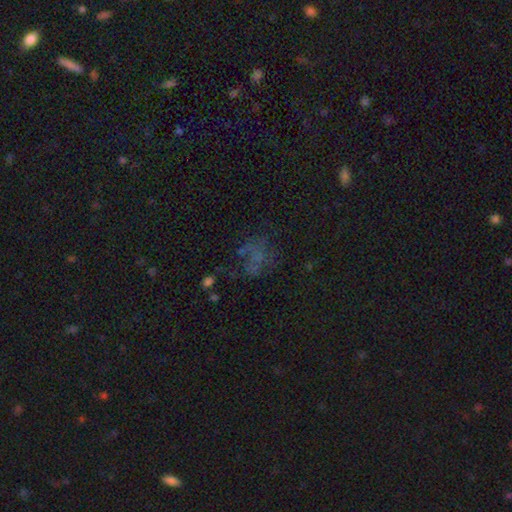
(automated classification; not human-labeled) This is marginally a smooth galaxy (34%). Merging: marginally none (44%).